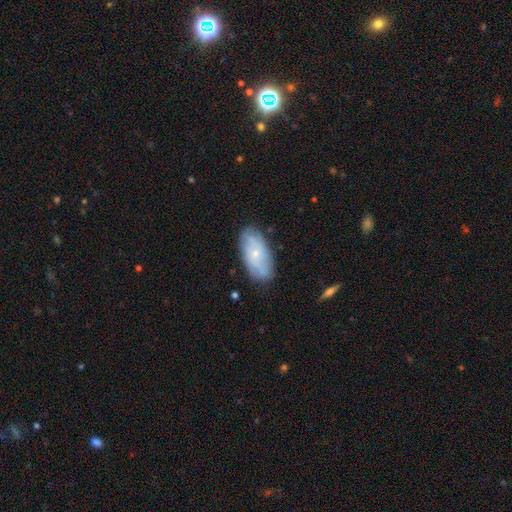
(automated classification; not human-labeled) featured or disk 49%, smooth 44%, star or artifact 7%. Down the decision tree: merging — none (78%).